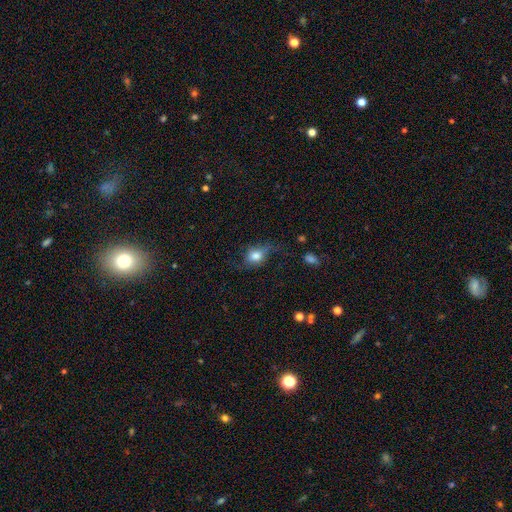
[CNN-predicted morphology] This is likely a smooth galaxy (63%). How rounded: likely in between (61%). Merging: possibly none (48%).